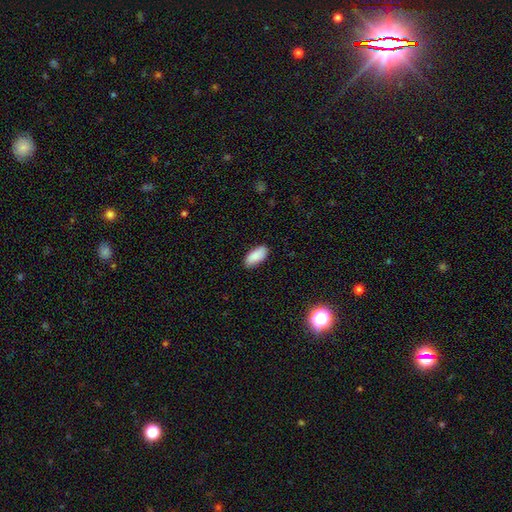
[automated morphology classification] Q: Smooth or featured?
A: smooth (88%); runner-up: star or artifact (7%)
Q: How rounded?
A: in between (88%); runner-up: cigar-shaped (10%)
Q: Merging?
A: none (86%); runner-up: minor disturbance (10%)